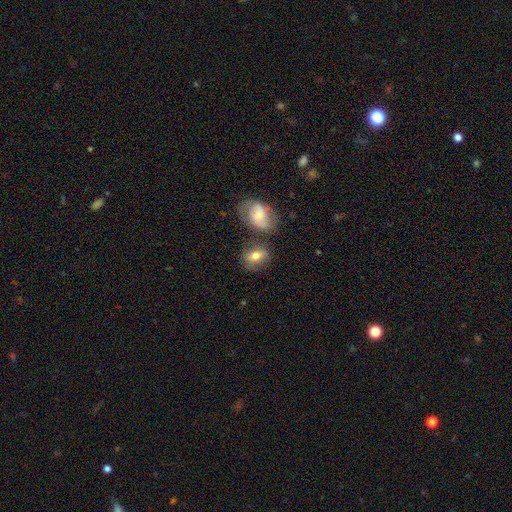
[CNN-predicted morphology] Smooth or featured? Predicted: smooth (p=0.69). How rounded? Predicted: in between (p=0.65). Merging? Predicted: none (p=0.66).